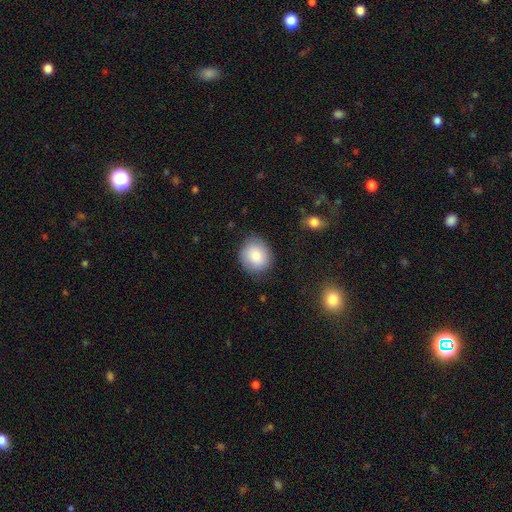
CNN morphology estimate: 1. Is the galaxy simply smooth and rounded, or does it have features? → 86% smooth, 7% featured or disk, 7% star or artifact.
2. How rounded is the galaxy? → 71% round, 28% in between, 1% cigar-shaped.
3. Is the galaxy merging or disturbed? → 81% none, 14% minor disturbance, 4% major disturbance, 1% merger.